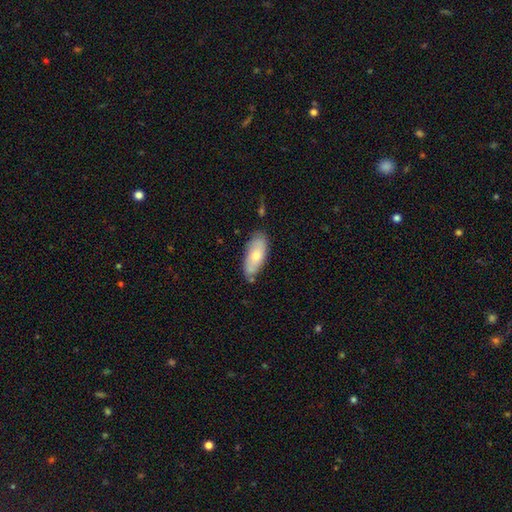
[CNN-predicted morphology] Smooth or featured? Predicted: smooth (p=0.66). How rounded? Predicted: in between (p=0.82). Merging? Predicted: none (p=0.69).